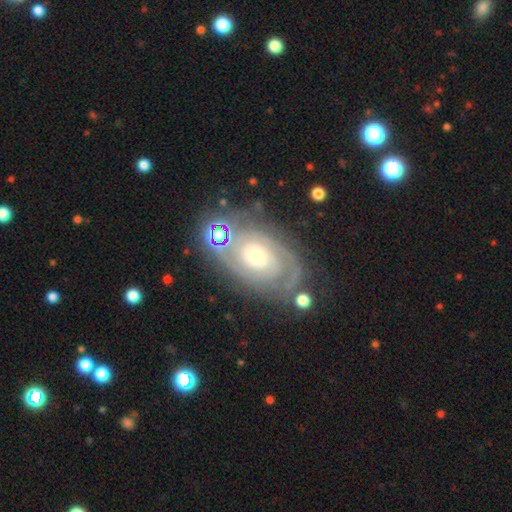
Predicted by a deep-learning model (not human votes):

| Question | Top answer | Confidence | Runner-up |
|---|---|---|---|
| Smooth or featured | featured or disk | 87% | smooth (7%) |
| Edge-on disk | no | 96% | yes (4%) |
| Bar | no | 75% | weak (18%) |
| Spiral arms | yes | 95% | no (5%) |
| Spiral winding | tight | 75% | medium (20%) |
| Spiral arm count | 2 | 53% | can't tell (21%) |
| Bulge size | moderate | 46% | small (45%) |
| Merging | none | 73% | minor disturbance (16%) |